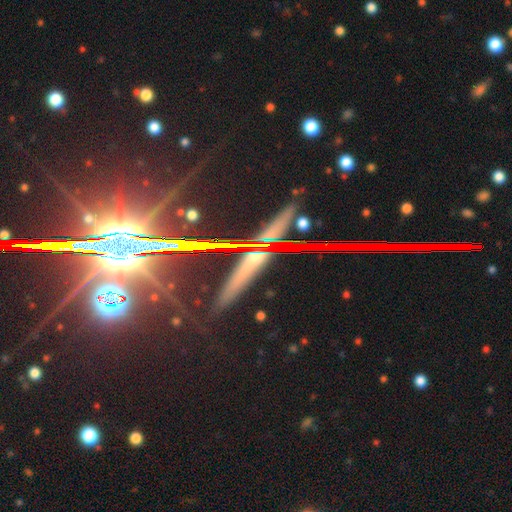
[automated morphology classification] A star or artifact, not a galaxy (48%).